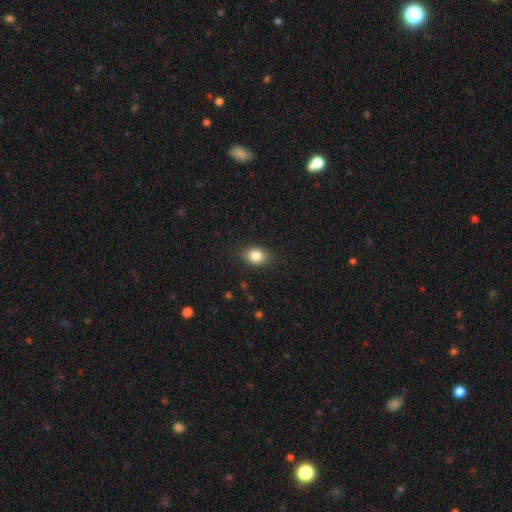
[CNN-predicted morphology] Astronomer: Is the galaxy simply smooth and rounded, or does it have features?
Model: smooth — 84%.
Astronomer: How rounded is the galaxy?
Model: in between — 54% (runner-up: round, 44%).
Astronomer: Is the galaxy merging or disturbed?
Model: none — 86%.